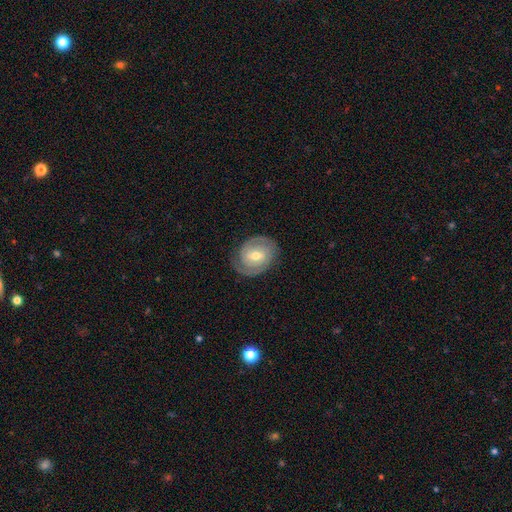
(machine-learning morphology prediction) type=featured or disk (81%); edge-on=no (97%); bar=weak (45%); spiral arms=yes (94%); winding=tight (67%); arm count=2 (81%); bulge=moderate (66%); merging=none (81%).